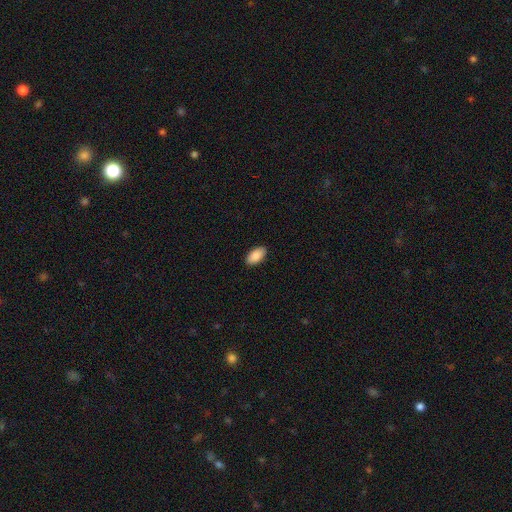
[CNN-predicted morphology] This appears to be a smooth galaxy with no disk features (90%) that is in between round and cigar-shaped (95%). Merging: none (90%).